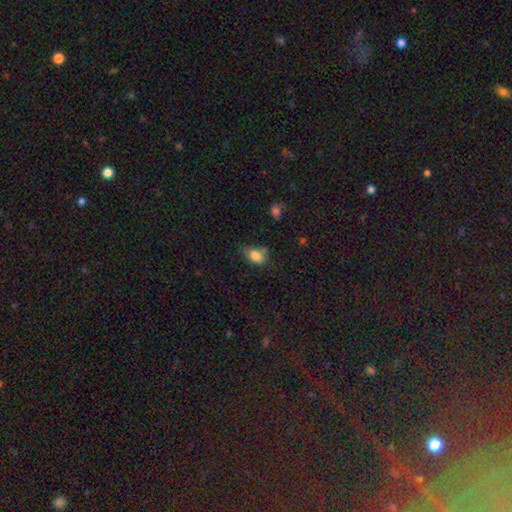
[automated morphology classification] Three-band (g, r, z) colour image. It shows a smooth galaxy with no disk features (82%) that is in between round and cigar-shaped (85%). Merging: none (42%).